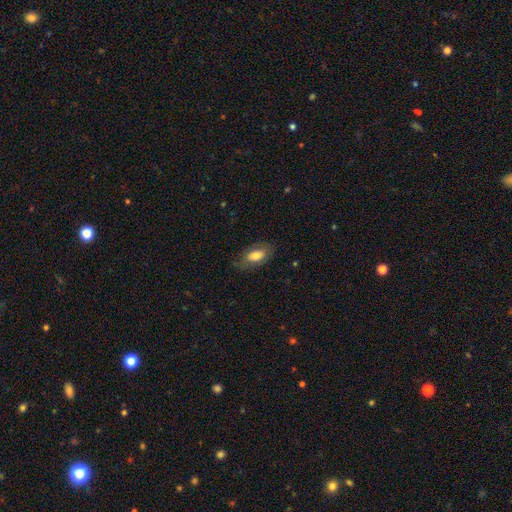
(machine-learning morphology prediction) Smooth or featured? Predicted: smooth (p=0.72). How rounded? Predicted: in between (p=0.89). Merging? Predicted: none (p=0.71).